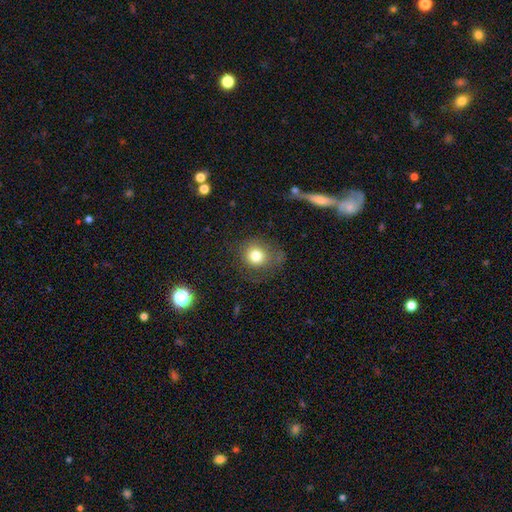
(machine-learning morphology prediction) smooth-or-featured: smooth: 78% | star or artifact: 11% | featured or disk: 10%
  how-rounded: round: 84% | in between: 15% | cigar-shaped: 1%
  merging: none: 66% | minor disturbance: 20% | major disturbance: 12% | merger: 2%